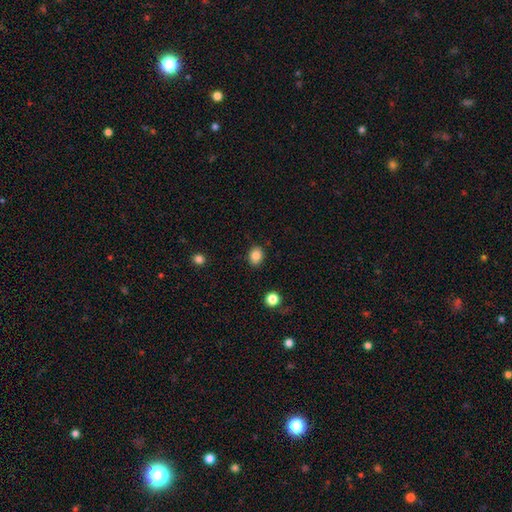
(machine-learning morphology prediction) The model was most divided on "how rounded": round: 52%, in between: 47%, cigar-shaped: 1%. More confident: merging — none (85%); smooth or featured — smooth (85%).